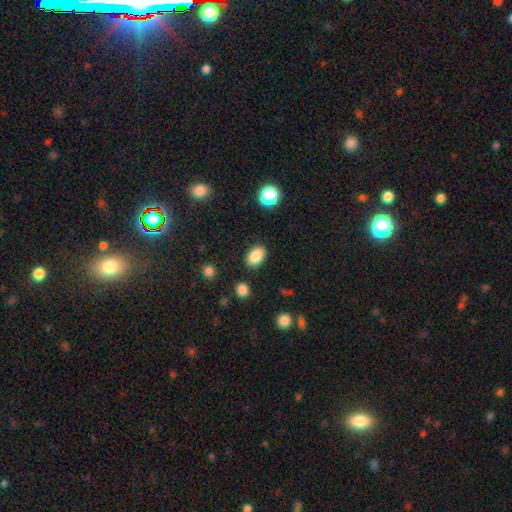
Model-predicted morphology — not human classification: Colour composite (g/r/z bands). It shows a smooth galaxy with no disk features (87%) that is in between round and cigar-shaped (84%). Merging: none (85%).